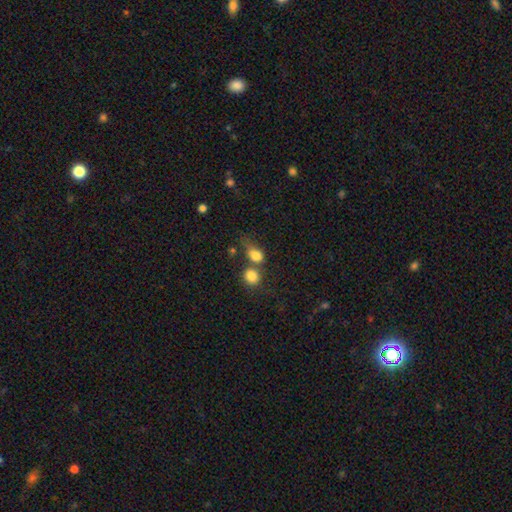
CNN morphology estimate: Smooth or featured? smooth (80%)
How rounded? in between (50%)
Merging? merger (41%)